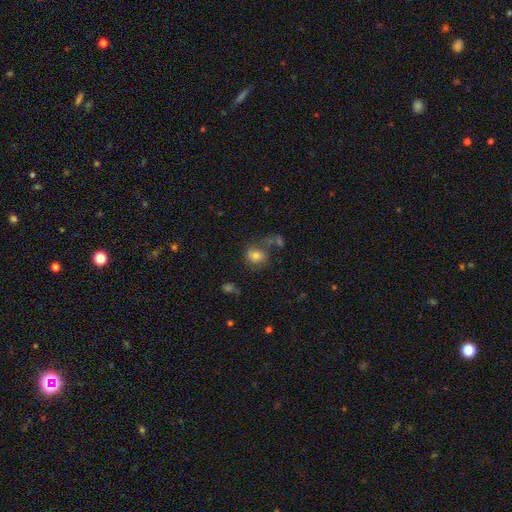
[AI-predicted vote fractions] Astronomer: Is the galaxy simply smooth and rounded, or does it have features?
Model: smooth — 72%.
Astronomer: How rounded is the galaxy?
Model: round — 68%.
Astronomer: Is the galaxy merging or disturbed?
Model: none — 54%.